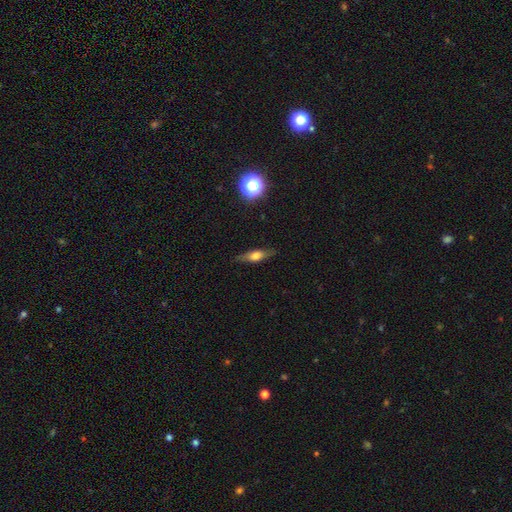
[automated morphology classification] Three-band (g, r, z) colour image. It shows a smooth galaxy with no disk features (49%). Merging: none (82%).